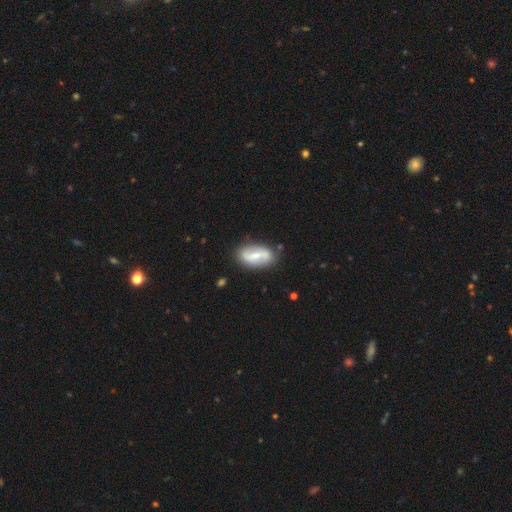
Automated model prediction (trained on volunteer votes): This appears to be a featured or disk galaxy (63%) with a weak bar (41%), spiral arms (77%) and a moderate central bulge (47%). Merging: none (81%).